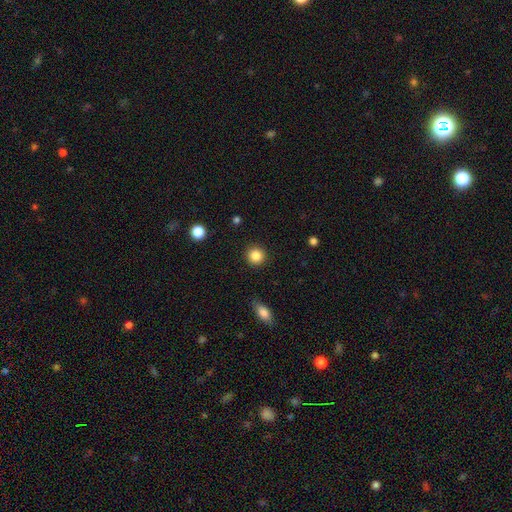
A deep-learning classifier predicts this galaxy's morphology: Overall: smooth (86%). How rounded: round (93%). Merging: none (91%).